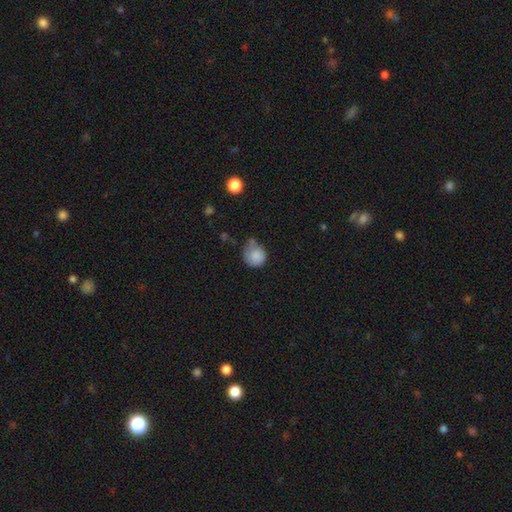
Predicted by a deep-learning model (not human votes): A smooth galaxy with no disk features (84%) that is round (86%).

Vote fractions:
- Smooth or featured? smooth: 84% / star or artifact: 8% / featured or disk: 7%
- How rounded? round: 86% / in between: 13% / cigar-shaped: 1%
- Merging? none: 44% / minor disturbance: 35% / major disturbance: 11% / merger: 11%